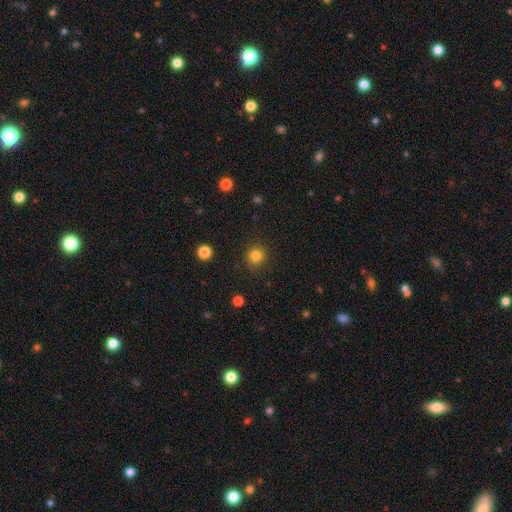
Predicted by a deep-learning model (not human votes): Smooth or featured?
  - smooth: 82% *
  - star or artifact: 13%
  - featured or disk: 5%
How rounded?
  - round: 93% *
  - in between: 7%
  - cigar-shaped: 1%
Merging?
  - none: 87% *
  - minor disturbance: 9%
  - major disturbance: 3%
  - merger: 1%